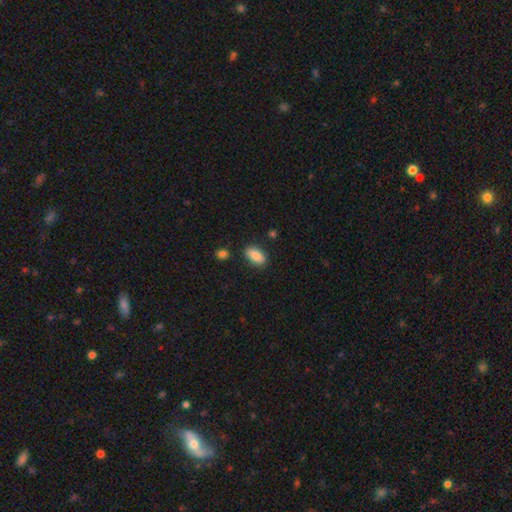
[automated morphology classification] The model was most divided on "merging": none: 84%, minor disturbance: 10%, merger: 3%, major disturbance: 3%. More confident: how rounded — in between (90%); smooth or featured — smooth (87%).